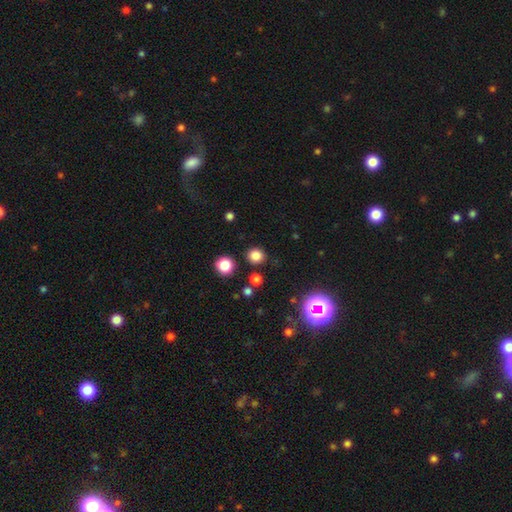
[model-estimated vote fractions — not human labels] A smooth galaxy with no disk features (79%) that is round (90%).

Vote fractions:
- Smooth or featured? smooth: 79% / star or artifact: 17% / featured or disk: 4%
- How rounded? round: 90% / in between: 9% / cigar-shaped: 1%
- Merging? none: 88% / minor disturbance: 6% / merger: 3% / major disturbance: 3%